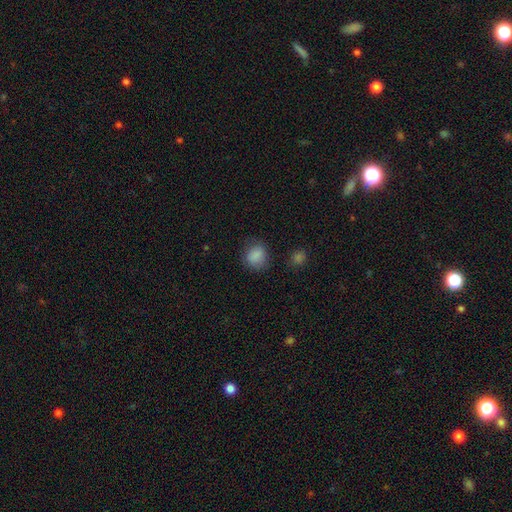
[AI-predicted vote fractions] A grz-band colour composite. It shows a smooth galaxy with no disk features (86%) that is round (71%). Merging: none (76%).